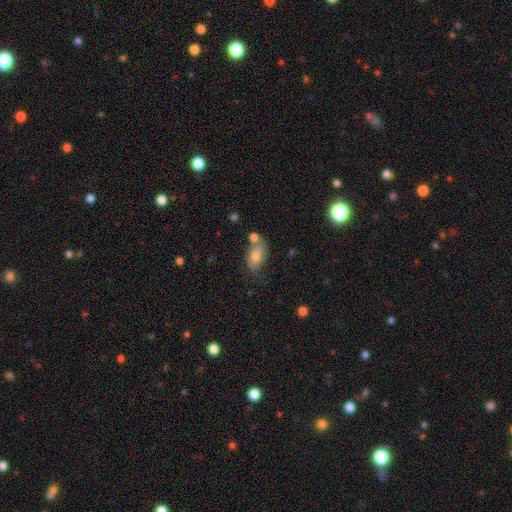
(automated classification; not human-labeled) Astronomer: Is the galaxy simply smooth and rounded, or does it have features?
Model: smooth — 69%.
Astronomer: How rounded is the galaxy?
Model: in between — 88%.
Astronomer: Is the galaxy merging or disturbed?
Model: none — 51%.